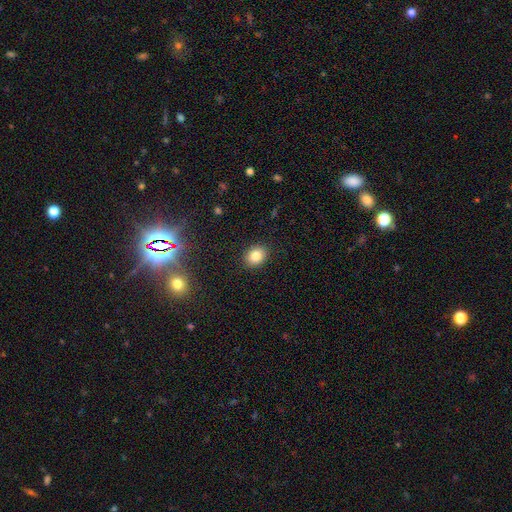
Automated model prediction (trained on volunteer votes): Overall: smooth (83%). How rounded: round (52%; in between 47%). Merging: none (89%).